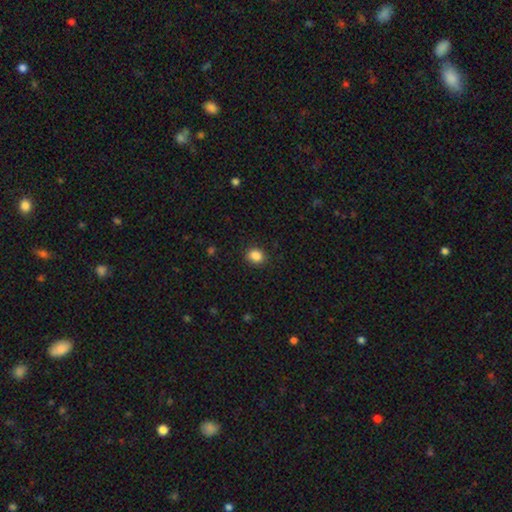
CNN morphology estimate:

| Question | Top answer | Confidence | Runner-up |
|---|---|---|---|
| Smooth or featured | smooth | 87% | star or artifact (10%) |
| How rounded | round | 62% | in between (37%) |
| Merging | none | 89% | minor disturbance (8%) |